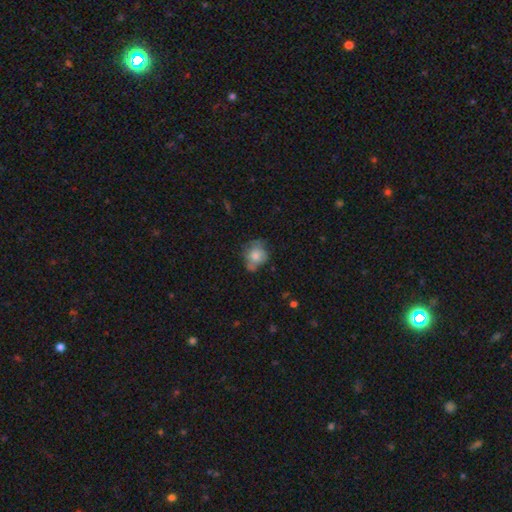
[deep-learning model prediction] Overall: smooth (70%). How rounded: round (70%). Merging: none (48%; minor disturbance 32%).